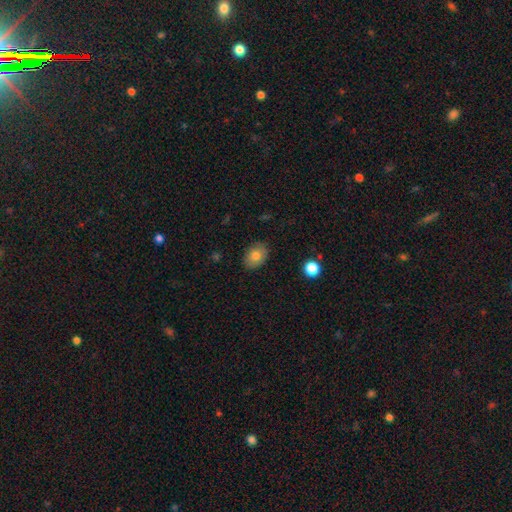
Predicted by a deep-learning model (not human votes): Smooth or featured? smooth (80%)
How rounded? in between (71%)
Merging? none (85%)